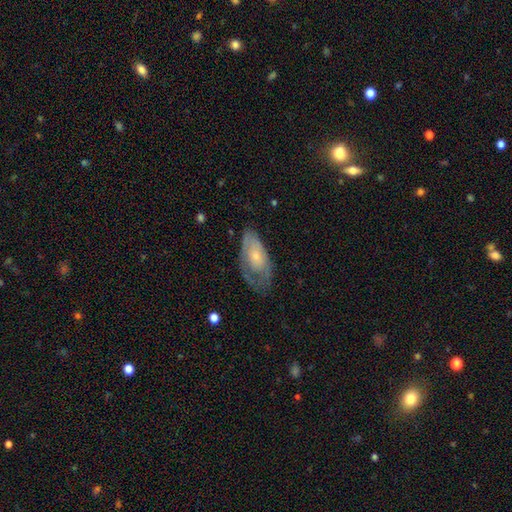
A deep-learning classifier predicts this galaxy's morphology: This is possibly a featured or disk galaxy (51%). It is clearly not viewed edge-on (89%). Merging: marginally none (43%).